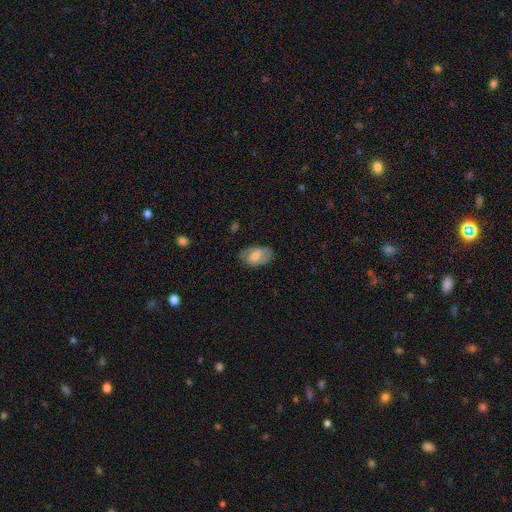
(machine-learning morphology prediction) Overall: smooth (58%; featured or disk 35%). How rounded: in between (90%). Merging: none (74%).